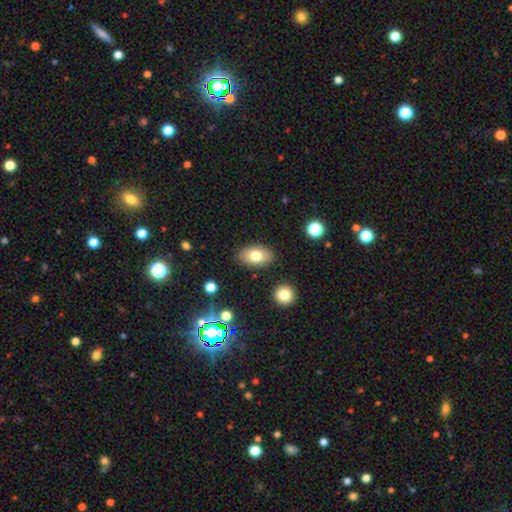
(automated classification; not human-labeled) Overall: smooth (76%). How rounded: in between (90%). Merging: none (85%).